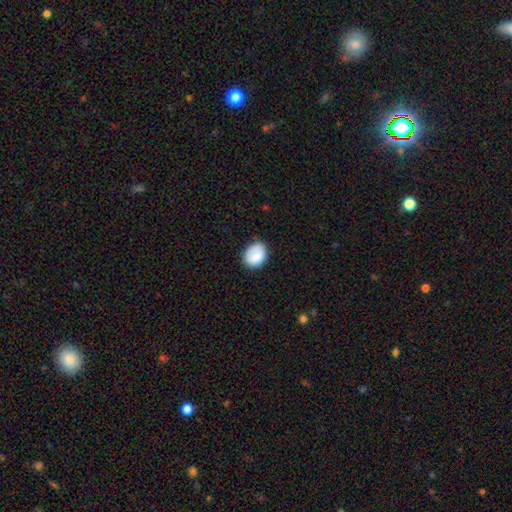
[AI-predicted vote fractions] smooth 83%, featured or disk 10%, star or artifact 7%. Down the decision tree: how rounded — in between (56%); merging — none (74%).